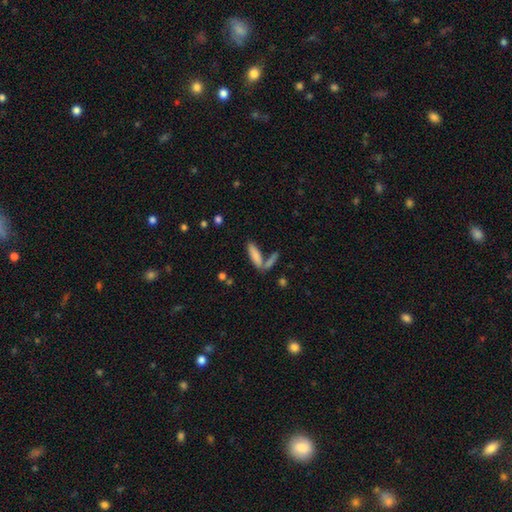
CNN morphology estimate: Smooth or featured?
  - smooth: 80% *
  - featured or disk: 12%
  - star or artifact: 8%
How rounded?
  - cigar-shaped: 59% *
  - in between: 38%
  - round: 2%
Merging?
  - none: 57% *
  - merger: 28%
  - minor disturbance: 11%
  - major disturbance: 5%